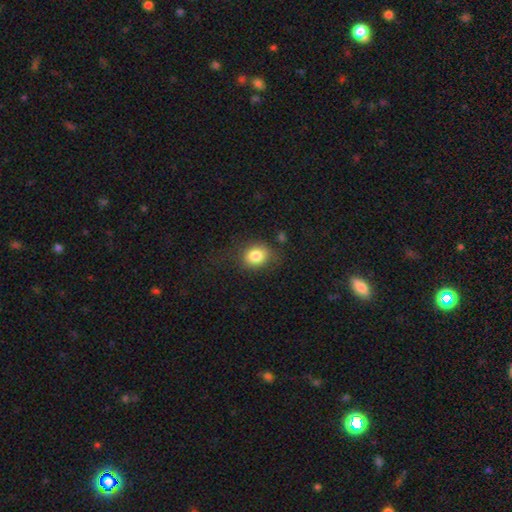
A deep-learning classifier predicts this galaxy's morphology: The model was most divided on "how rounded": round: 58%, in between: 41%, cigar-shaped: 1%. More confident: smooth or featured — smooth (83%); merging — none (72%).